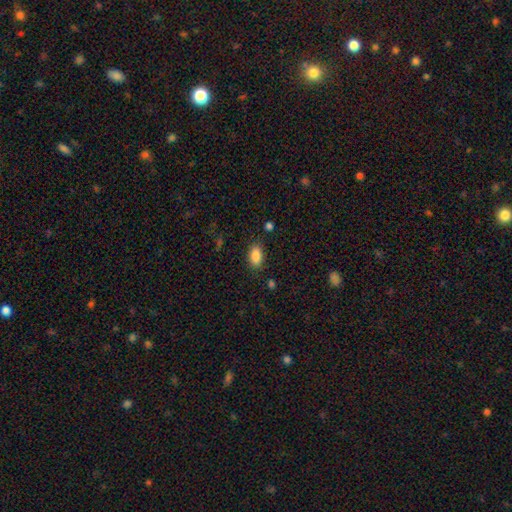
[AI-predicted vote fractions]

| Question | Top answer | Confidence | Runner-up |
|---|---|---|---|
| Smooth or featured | smooth | 87% | star or artifact (8%) |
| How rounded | in between | 92% | round (5%) |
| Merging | none | 83% | minor disturbance (12%) |